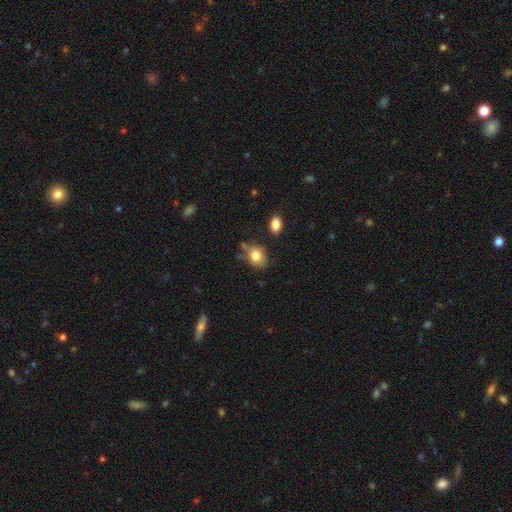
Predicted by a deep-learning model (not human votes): The model was most divided on "how rounded": in between: 61%, round: 38%, cigar-shaped: 1%. More confident: smooth or featured — smooth (80%); merging — none (57%).